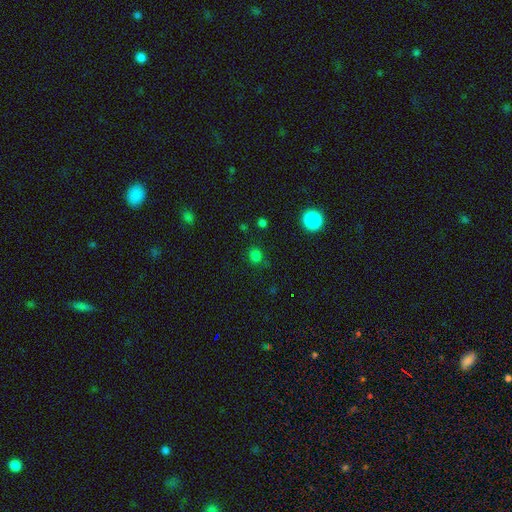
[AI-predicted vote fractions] Smooth or featured: smooth — 75% (star or artifact — 21%)
How rounded: round — 81% (in between — 18%)
Merging: none — 81% (minor disturbance — 12%)